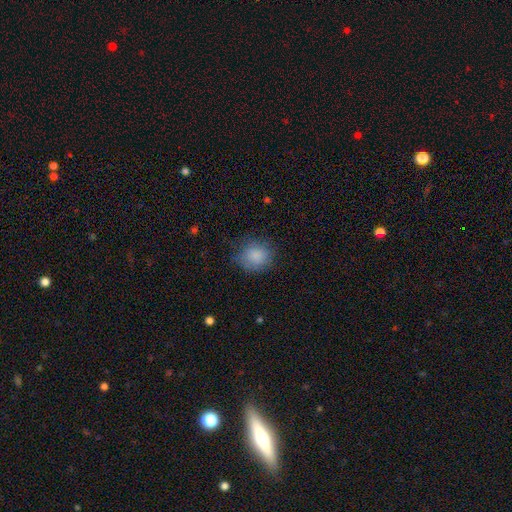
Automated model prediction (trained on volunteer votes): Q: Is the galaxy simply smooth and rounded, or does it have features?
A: smooth — 86%.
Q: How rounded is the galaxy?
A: round — 76%.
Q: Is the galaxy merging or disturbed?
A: none — 76%.